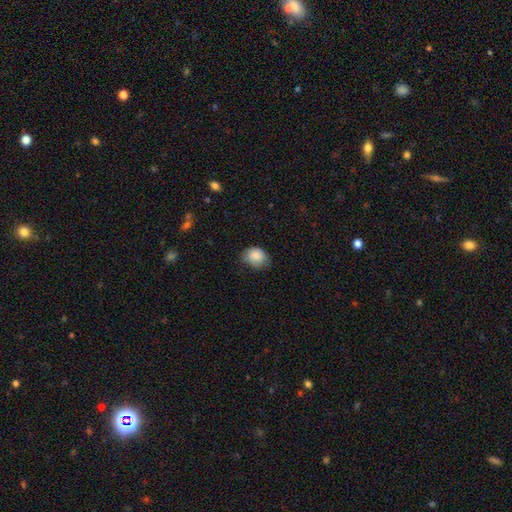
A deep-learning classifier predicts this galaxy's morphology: Smooth or featured: smooth — 84% (star or artifact — 8%)
How rounded: round — 55% (in between — 44%)
Merging: none — 66% (minor disturbance — 28%)